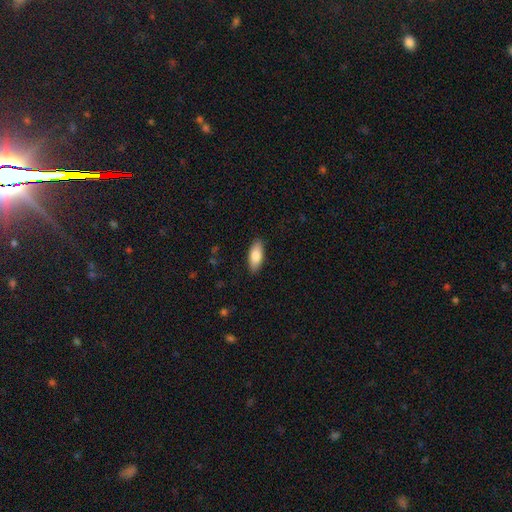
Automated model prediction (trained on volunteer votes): The model was most divided on "how rounded": in between: 83%, cigar-shaped: 15%, round: 2%. More confident: merging — none (89%); smooth or featured — smooth (83%).